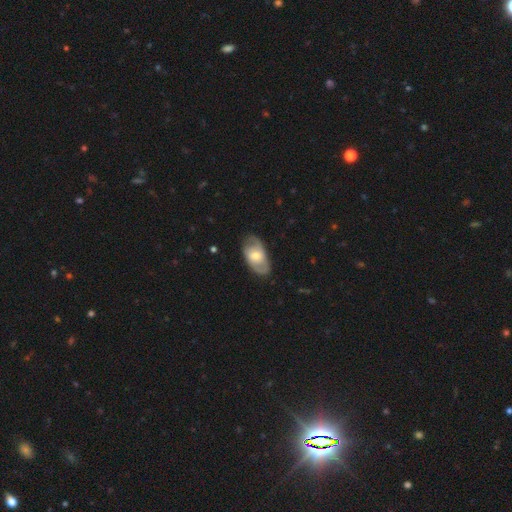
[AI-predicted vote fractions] A featured or disk galaxy (60%) with no bar (58%), spiral arms (75%) and a moderate central bulge (62%). Merging: none (78%).